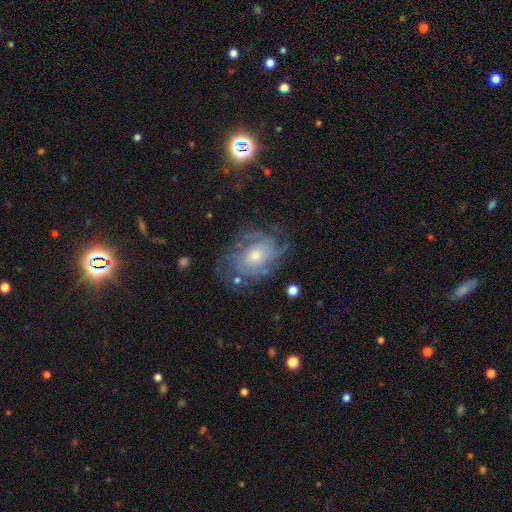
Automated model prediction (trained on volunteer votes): This appears to be a featured or disk galaxy (78%) with no bar (74%), tight (62%) spiral arms (91%) and a moderate central bulge (53%). Merging: none (70%).